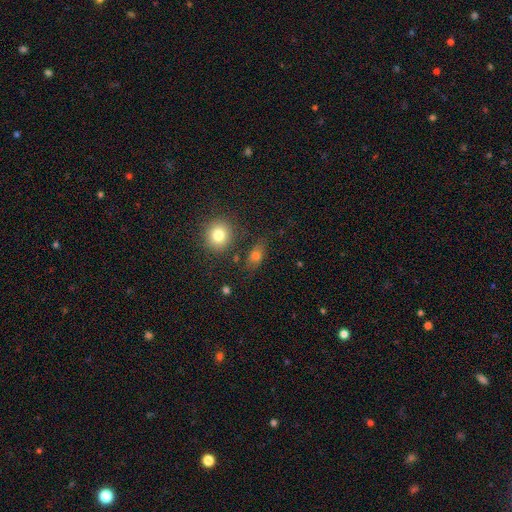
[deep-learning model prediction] This appears to be a smooth galaxy with no disk features (73%) that is in between round and cigar-shaped (68%). Merging: none (74%).